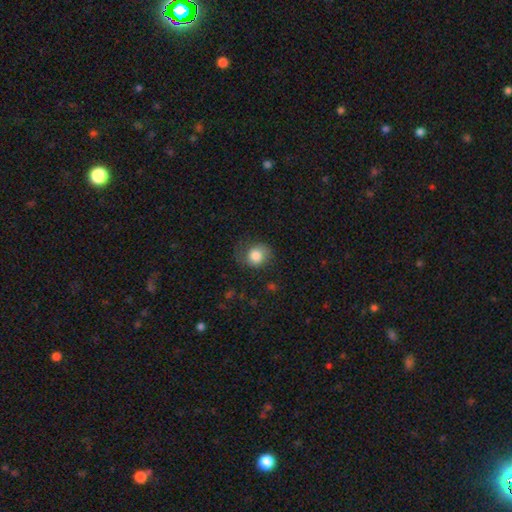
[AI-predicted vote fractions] Smooth or featured?
  - smooth: 80% *
  - featured or disk: 13%
  - star or artifact: 8%
How rounded?
  - round: 73% *
  - in between: 26%
  - cigar-shaped: 1%
Merging?
  - none: 63% *
  - minor disturbance: 24%
  - major disturbance: 12%
  - merger: 1%